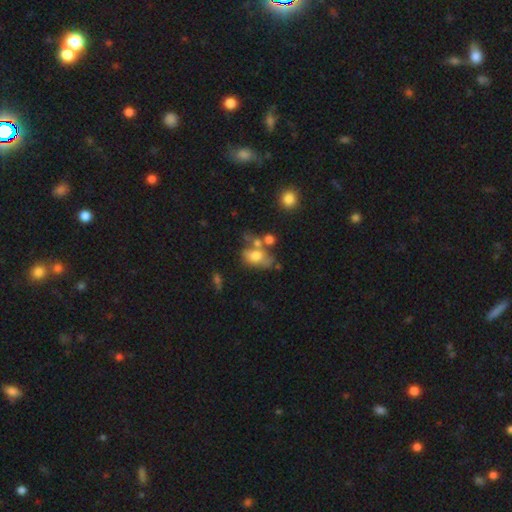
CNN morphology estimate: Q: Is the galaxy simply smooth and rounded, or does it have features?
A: smooth — 58%.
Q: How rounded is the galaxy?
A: in between — 78%.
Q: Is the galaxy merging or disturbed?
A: merger — 33%.